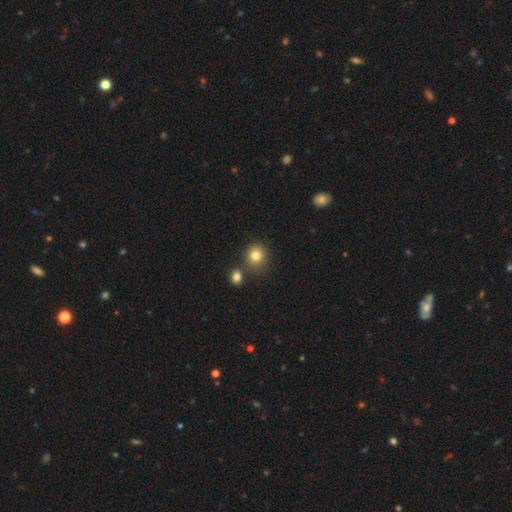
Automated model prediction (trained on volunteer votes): A smooth galaxy with no disk features (82%) that is round (85%). Merging: none (73%).